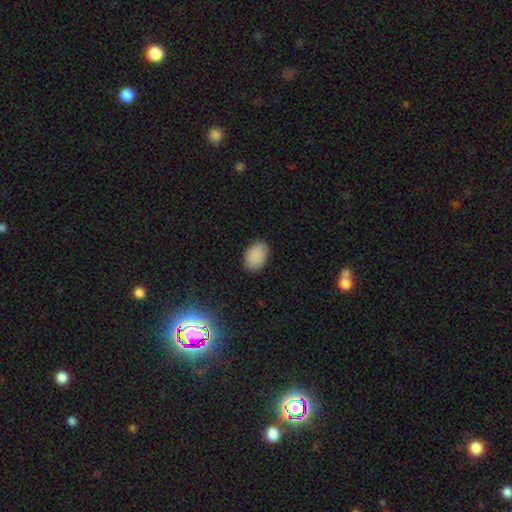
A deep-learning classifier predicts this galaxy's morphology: A smooth galaxy with no disk features (89%) that is in between round and cigar-shaped (86%).

Vote fractions:
- Smooth or featured? smooth: 89% / star or artifact: 8% / featured or disk: 3%
- How rounded? in between: 86% / round: 13% / cigar-shaped: 1%
- Merging? none: 86% / minor disturbance: 11% / major disturbance: 2% / merger: 1%